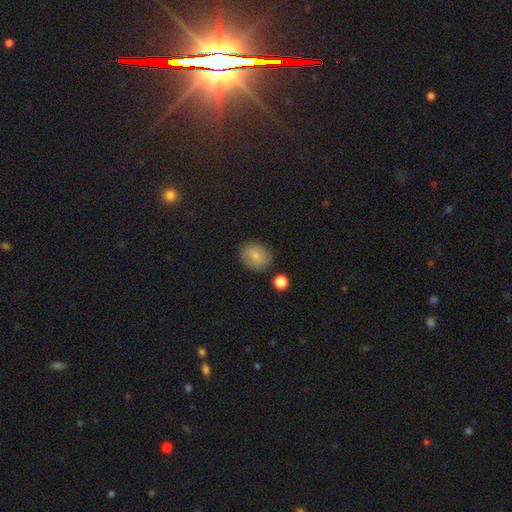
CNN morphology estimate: Smooth or featured: smooth — 79% (featured or disk — 12%)
How rounded: round — 73% (in between — 26%)
Merging: none — 81% (minor disturbance — 13%)